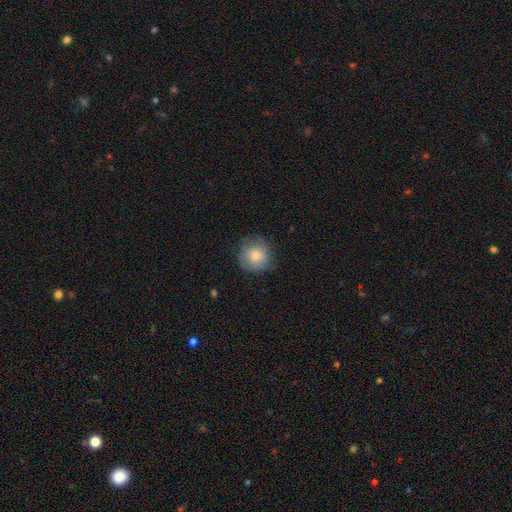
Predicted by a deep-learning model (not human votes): Q: Smooth or featured?
A: smooth (77%); runner-up: featured or disk (16%)
Q: How rounded?
A: round (92%); runner-up: in between (7%)
Q: Merging?
A: none (77%); runner-up: minor disturbance (18%)